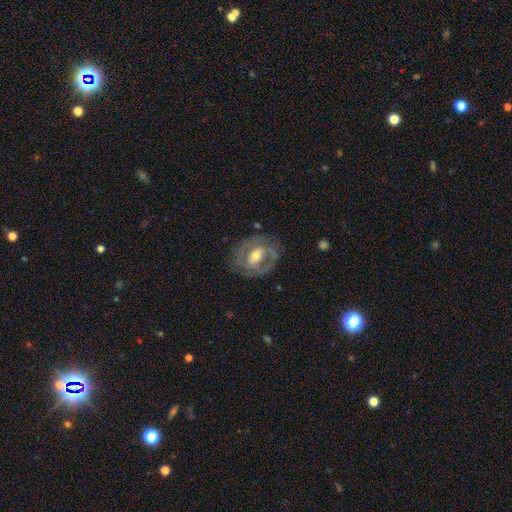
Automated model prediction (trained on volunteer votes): Smooth or featured: featured or disk — 76% (smooth — 18%)
Edge-on disk: no — 95% (yes — 5%)
Bar: weak — 41% (no — 31%)
Spiral arms: yes — 67% (no — 33%)
Bulge size: moderate — 68% (small — 24%)
Merging: none — 74% (minor disturbance — 17%)